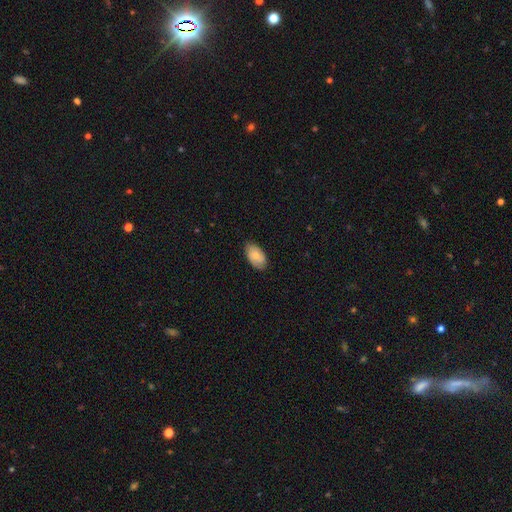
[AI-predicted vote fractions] Smooth or featured: smooth — 73% (featured or disk — 20%)
How rounded: in between — 94% (round — 4%)
Merging: none — 80% (minor disturbance — 16%)